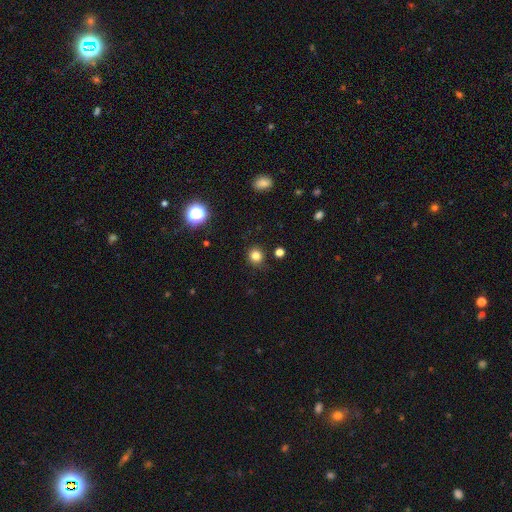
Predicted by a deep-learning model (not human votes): Smooth or featured: smooth — 82% (star or artifact — 14%)
How rounded: round — 88% (in between — 12%)
Merging: none — 86% (minor disturbance — 9%)